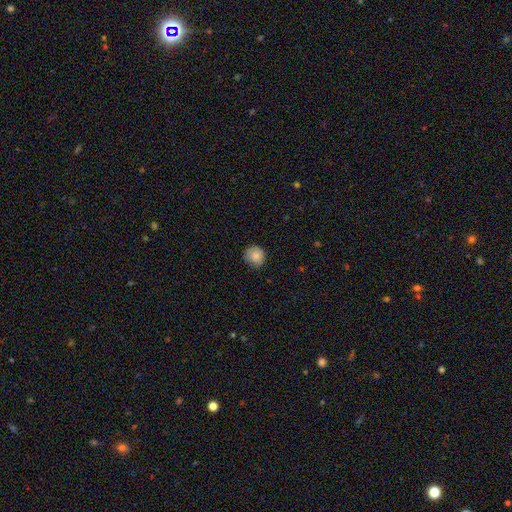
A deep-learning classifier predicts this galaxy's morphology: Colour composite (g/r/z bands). It shows a smooth galaxy with no disk features (86%) that is round (90%). Merging: none (80%).